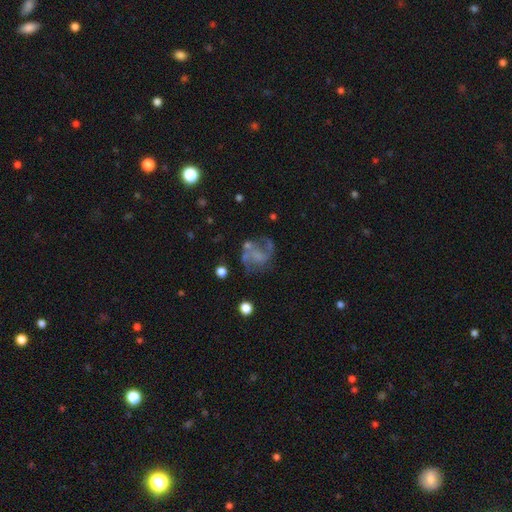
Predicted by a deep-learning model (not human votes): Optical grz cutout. It shows a featured or disk galaxy (67%) with no bar (60%), 2 (74%) loose (45%) spiral arms (81%) and no central bulge (64%). Merging: none (50%).